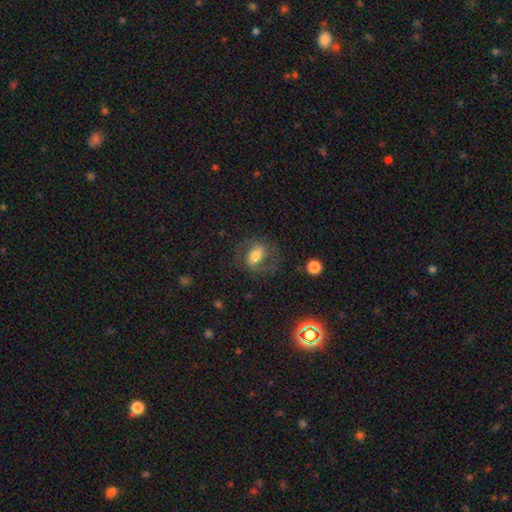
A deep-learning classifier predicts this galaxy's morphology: Smooth or featured: featured or disk — 56% (smooth — 35%)
Edge-on disk: no — 95% (yes — 5%)
Bar: weak — 38% (strong — 33%)
Spiral arms: yes — 80% (no — 20%)
Bulge size: moderate — 53% (small — 23%)
Merging: none — 64% (major disturbance — 17%)